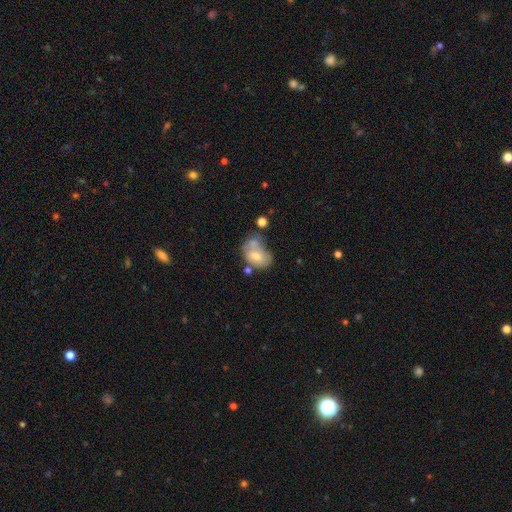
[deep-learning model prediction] This is possibly a smooth galaxy (58%). How rounded: likely in between (71%). Merging: marginally merger (33%).